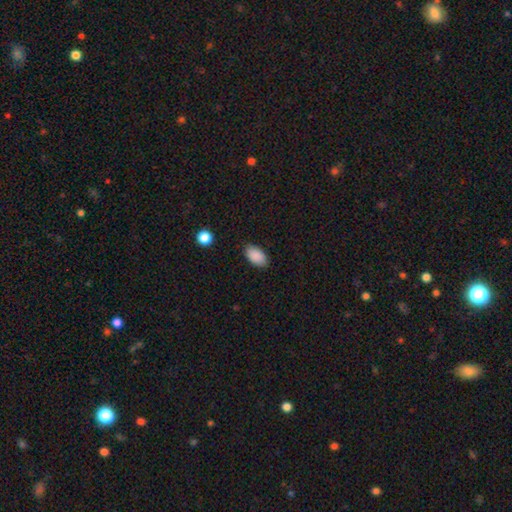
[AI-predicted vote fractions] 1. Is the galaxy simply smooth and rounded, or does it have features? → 89% smooth, 7% star or artifact, 4% featured or disk.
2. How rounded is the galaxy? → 94% in between, 5% round, 2% cigar-shaped.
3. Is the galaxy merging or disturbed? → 85% none, 11% minor disturbance, 3% major disturbance, 1% merger.